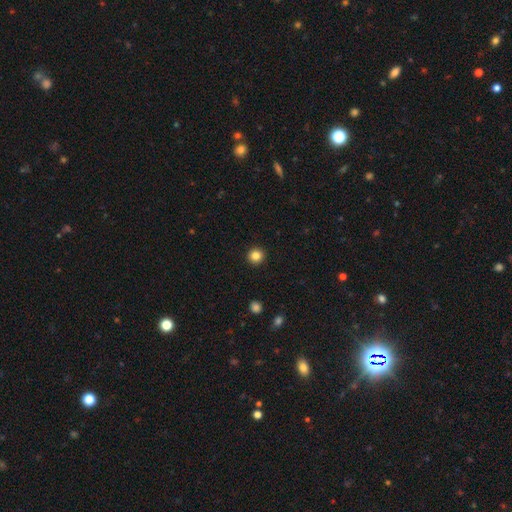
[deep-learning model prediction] Smooth or featured?
  - smooth: 84% *
  - star or artifact: 11%
  - featured or disk: 5%
How rounded?
  - round: 94% *
  - in between: 5%
  - cigar-shaped: 1%
Merging?
  - none: 94% *
  - minor disturbance: 4%
  - major disturbance: 1%
  - merger: 1%